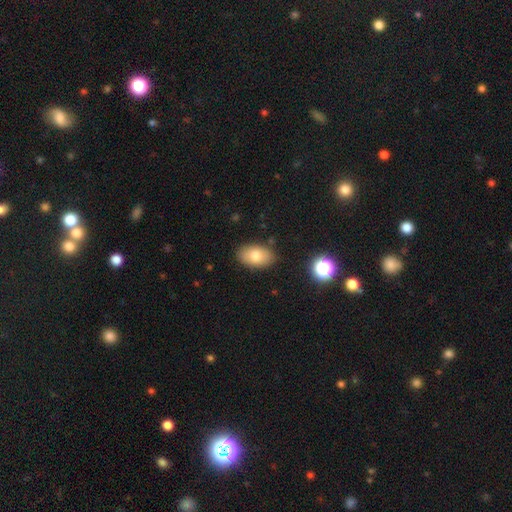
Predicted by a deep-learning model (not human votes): This appears to be a smooth galaxy with no disk features (79%) that is in between round and cigar-shaped (91%). Merging: none (85%).